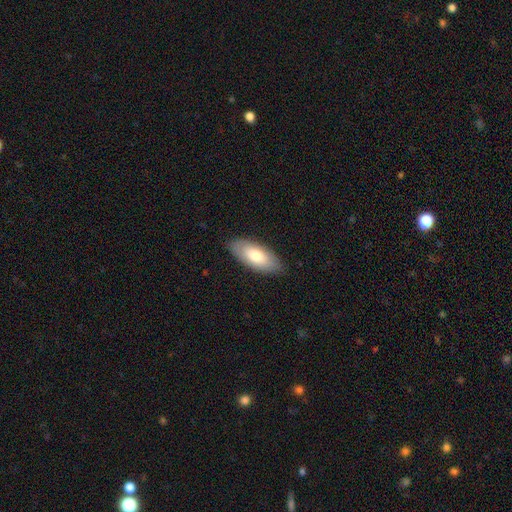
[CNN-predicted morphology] smooth-or-featured: smooth: 74% | featured or disk: 21% | star or artifact: 6%
  how-rounded: in between: 88% | cigar-shaped: 10% | round: 2%
  merging: none: 86% | minor disturbance: 11% | major disturbance: 2% | merger: 1%